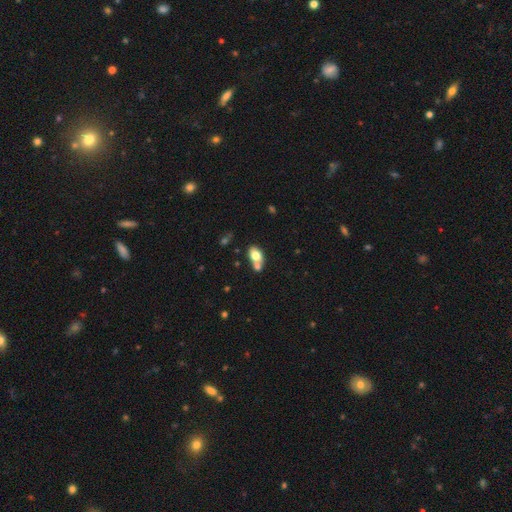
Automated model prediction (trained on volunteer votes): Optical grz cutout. It shows a smooth galaxy with no disk features (72%) that is in between round and cigar-shaped (82%). Merging: merger (50%).